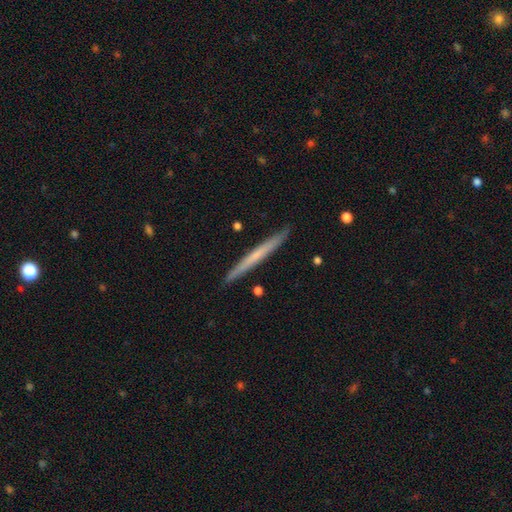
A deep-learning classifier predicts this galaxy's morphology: smooth-or-featured: smooth: 48% | featured or disk: 46% | star or artifact: 5%
  merging: none: 91% | minor disturbance: 7% | merger: 1% | major disturbance: 1%